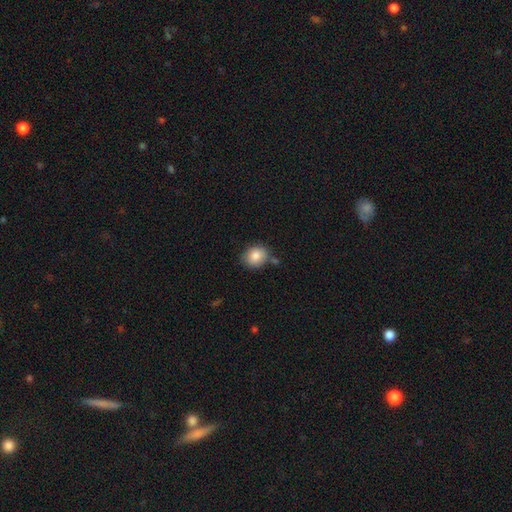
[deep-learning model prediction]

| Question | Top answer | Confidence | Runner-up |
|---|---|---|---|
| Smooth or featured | smooth | 85% | star or artifact (8%) |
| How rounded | round | 65% | in between (34%) |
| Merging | none | 74% | minor disturbance (16%) |